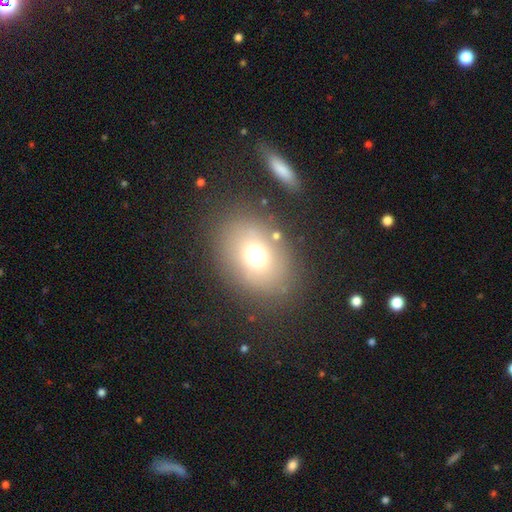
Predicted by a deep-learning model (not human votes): A smooth galaxy with no disk features (67%) that is in between round and cigar-shaped (54%).

Vote fractions:
- Smooth or featured? smooth: 67% / star or artifact: 18% / featured or disk: 15%
- How rounded? in between: 54% / round: 45% / cigar-shaped: 1%
- Merging? none: 77% / minor disturbance: 11% / major disturbance: 7% / merger: 5%